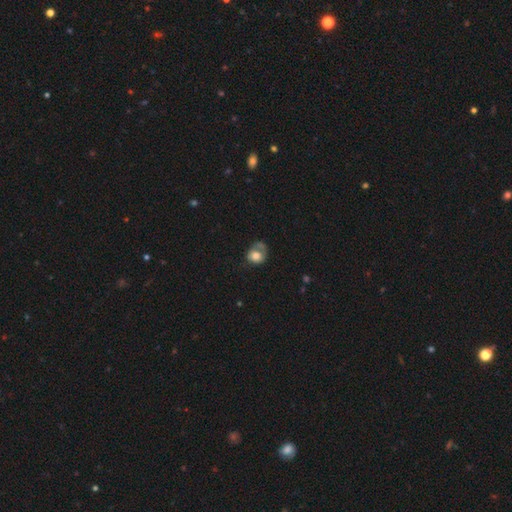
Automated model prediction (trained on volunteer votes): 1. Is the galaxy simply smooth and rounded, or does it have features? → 67% smooth, 24% featured or disk, 9% star or artifact.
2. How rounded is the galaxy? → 65% round, 34% in between, 1% cigar-shaped.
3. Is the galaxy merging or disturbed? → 33% none, 31% major disturbance, 25% minor disturbance, 10% merger.